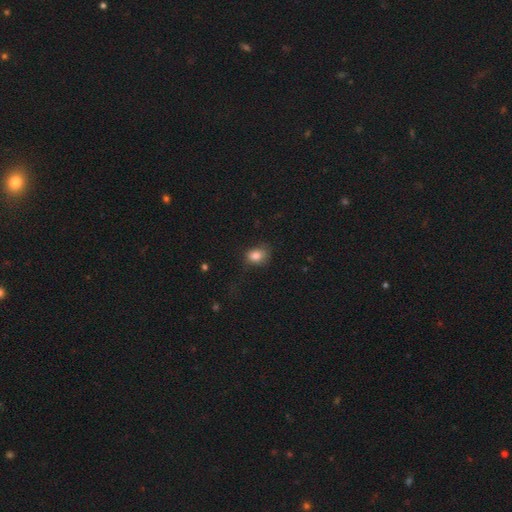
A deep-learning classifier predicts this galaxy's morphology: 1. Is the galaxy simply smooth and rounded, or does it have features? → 83% smooth, 11% star or artifact, 7% featured or disk.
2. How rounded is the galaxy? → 56% in between, 42% round, 1% cigar-shaped.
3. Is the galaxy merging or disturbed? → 64% none, 24% minor disturbance, 10% major disturbance, 2% merger.